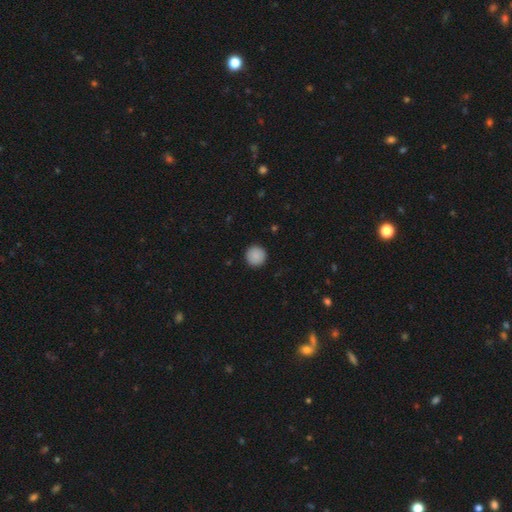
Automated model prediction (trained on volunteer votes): A smooth galaxy with no disk features (89%) that is round (96%).

Vote fractions:
- Smooth or featured? smooth: 89% / star or artifact: 8% / featured or disk: 3%
- How rounded? round: 96% / in between: 3% / cigar-shaped: 1%
- Merging? none: 92% / minor disturbance: 5% / major disturbance: 2% / merger: 1%